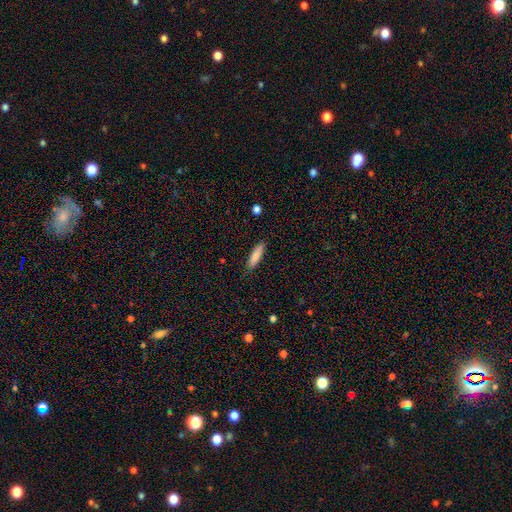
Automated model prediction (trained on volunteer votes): This appears to be a smooth galaxy with no disk features (84%) that is cigar-shaped (70%). Merging: none (88%).